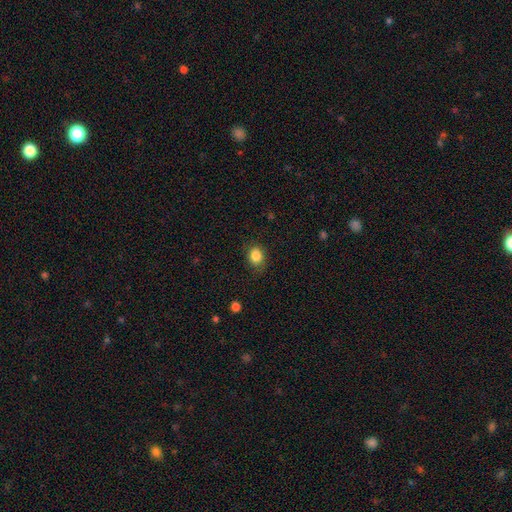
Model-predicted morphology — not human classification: This is clearly a smooth galaxy (85%). How rounded: possibly round (54%). Merging: clearly none (80%).